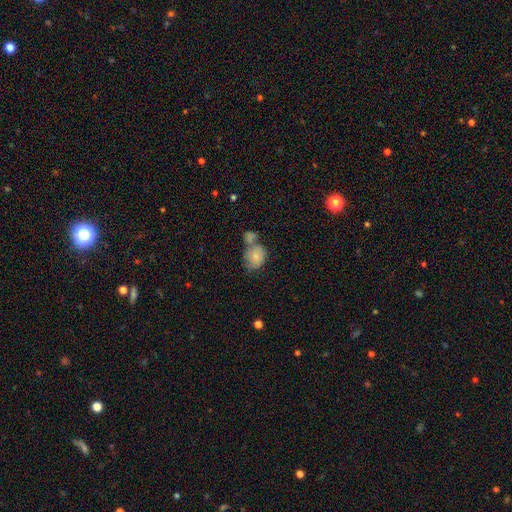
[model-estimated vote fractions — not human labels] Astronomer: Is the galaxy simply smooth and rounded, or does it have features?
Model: smooth — 75%.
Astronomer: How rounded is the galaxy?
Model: in between — 55% (runner-up: round, 44%).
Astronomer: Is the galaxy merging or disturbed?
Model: merger — 47% (runner-up: none, 29%).